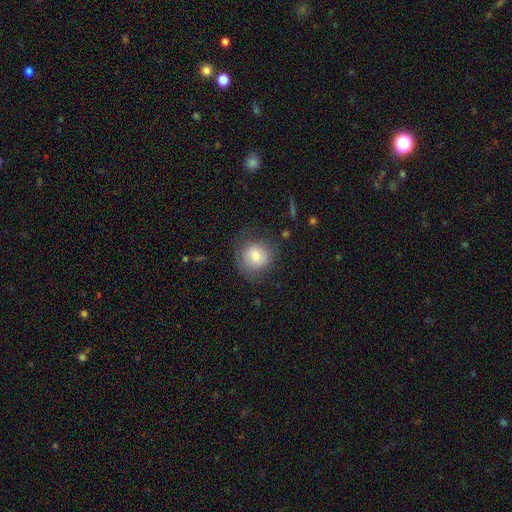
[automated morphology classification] Q: Smooth or featured?
A: smooth (74%); runner-up: featured or disk (17%)
Q: How rounded?
A: round (85%); runner-up: in between (14%)
Q: Merging?
A: none (67%); runner-up: minor disturbance (21%)